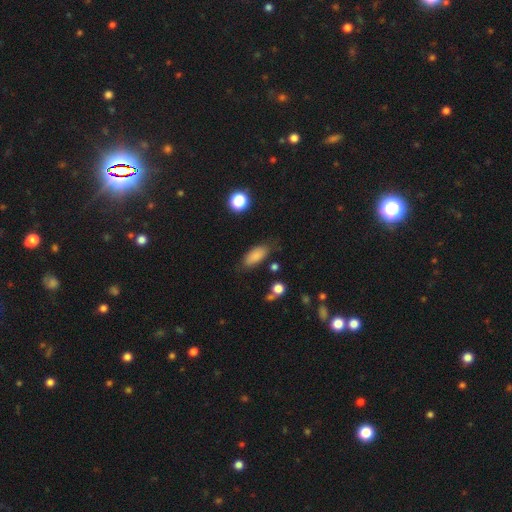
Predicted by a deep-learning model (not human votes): Smooth or featured: smooth — 85% (star or artifact — 8%)
How rounded: in between — 83% (cigar-shaped — 13%)
Merging: none — 75% (minor disturbance — 17%)